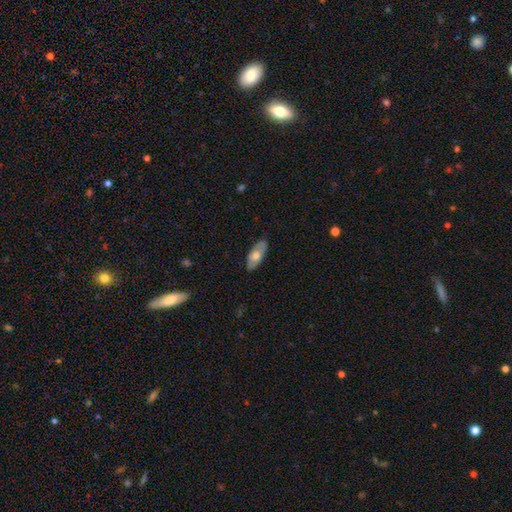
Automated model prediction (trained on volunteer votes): Smooth or featured?
  - smooth: 55% *
  - featured or disk: 39%
  - star or artifact: 6%
How rounded?
  - in between: 87% *
  - cigar-shaped: 10%
  - round: 3%
Merging?
  - none: 82% *
  - minor disturbance: 14%
  - major disturbance: 3%
  - merger: 1%